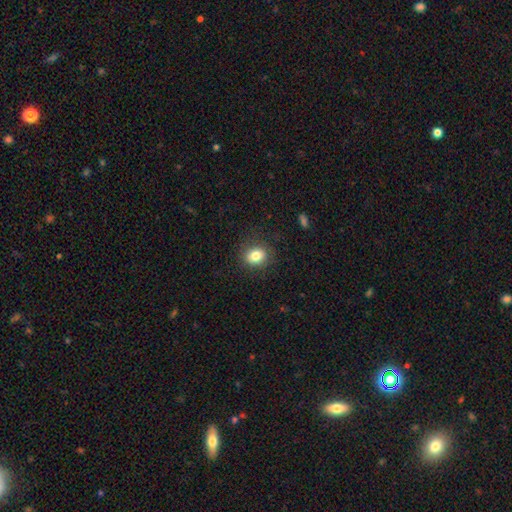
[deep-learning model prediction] This is clearly a smooth galaxy (82%). How rounded: possibly round (57%). Merging: clearly none (85%).